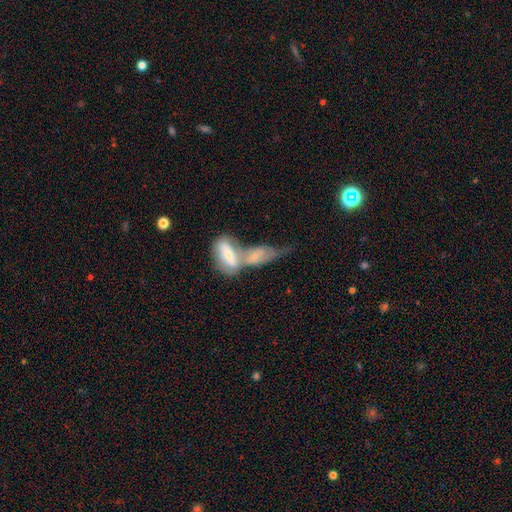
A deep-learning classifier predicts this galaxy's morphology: smooth_or_featured: smooth (p=0.54) [alt: featured or disk p=0.39]
how_rounded: in between (p=0.72) [alt: cigar-shaped p=0.24]
merging: merger (p=0.73) [alt: none p=0.12]